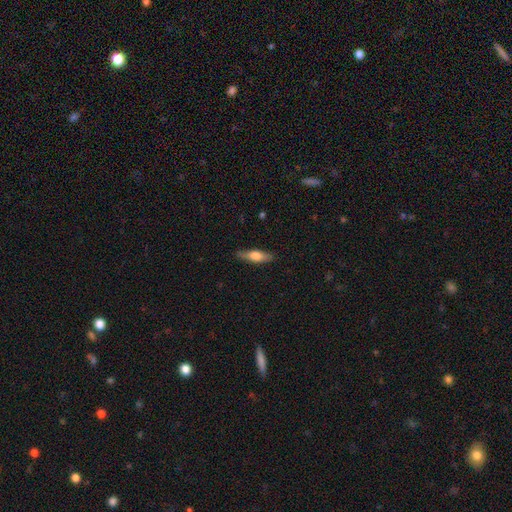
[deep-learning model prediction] This appears to be a smooth galaxy with no disk features (57%) that is cigar-shaped (59%). Merging: none (86%).